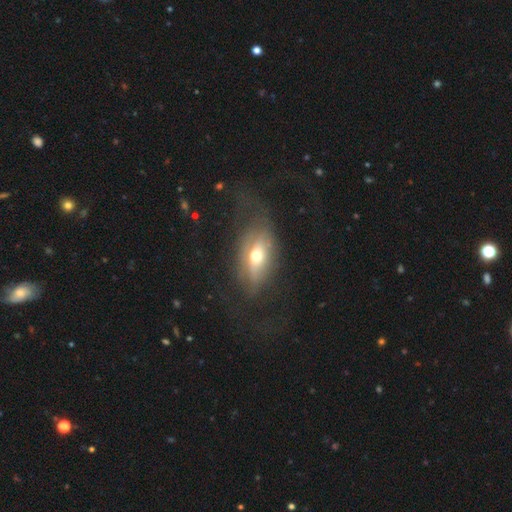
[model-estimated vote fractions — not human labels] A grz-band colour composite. It shows a smooth galaxy with no disk features (48%). Merging: none (48%).